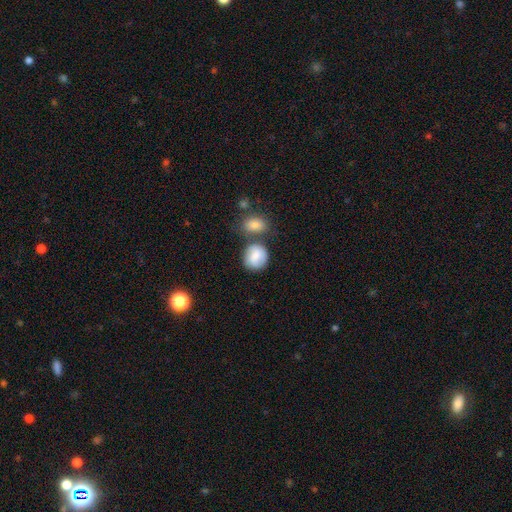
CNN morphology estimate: This appears to be a smooth galaxy with no disk features (77%) that is round (80%). Merging: none (55%).